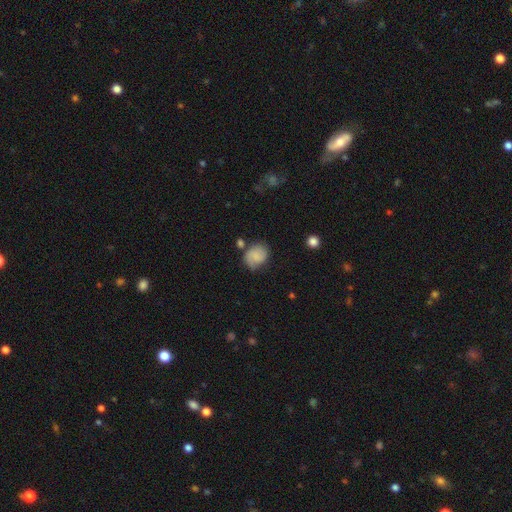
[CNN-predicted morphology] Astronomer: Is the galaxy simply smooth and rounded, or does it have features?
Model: smooth — 66%.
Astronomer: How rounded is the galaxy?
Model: round — 53% (runner-up: in between, 46%).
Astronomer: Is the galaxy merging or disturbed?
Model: none — 60%.